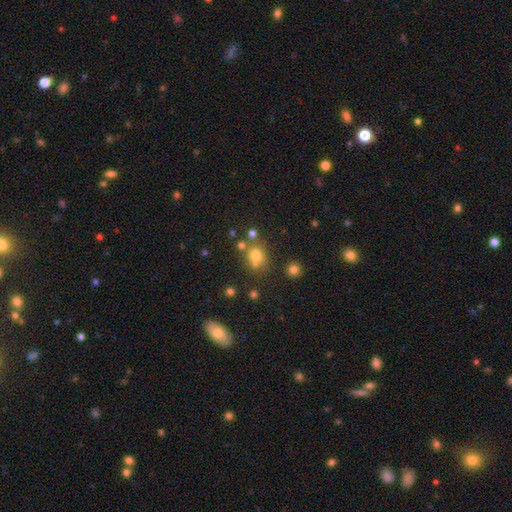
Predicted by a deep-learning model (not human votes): Q: Smooth or featured?
A: smooth (73%); runner-up: star or artifact (18%)
Q: How rounded?
A: round (73%); runner-up: in between (26%)
Q: Merging?
A: none (63%); runner-up: merger (18%)